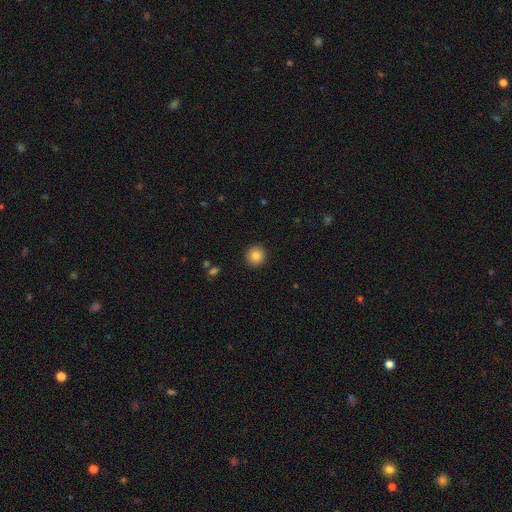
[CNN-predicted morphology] A smooth galaxy with no disk features (85%) that is round (95%). Merging: none (92%).